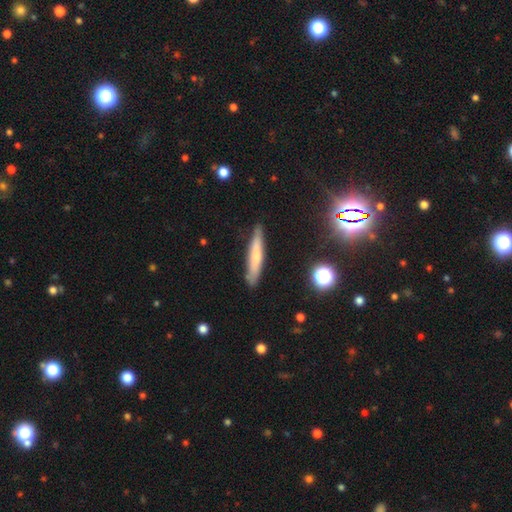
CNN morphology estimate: smooth 61%, featured or disk 31%, star or artifact 8%. Down the decision tree: how rounded — cigar-shaped (92%); merging — none (85%).